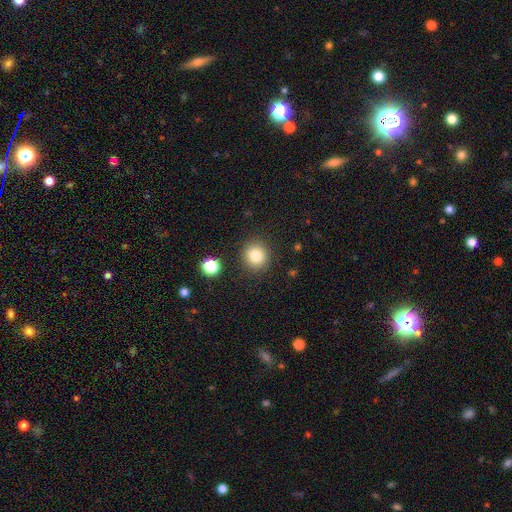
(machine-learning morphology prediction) Q: Smooth or featured?
A: smooth (83%); runner-up: star or artifact (11%)
Q: How rounded?
A: round (90%); runner-up: in between (9%)
Q: Merging?
A: none (88%); runner-up: minor disturbance (7%)